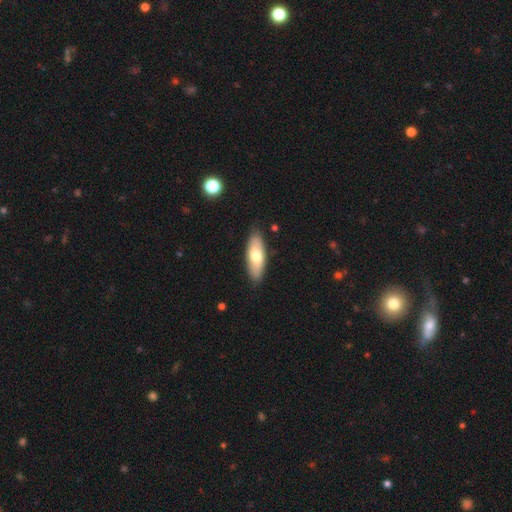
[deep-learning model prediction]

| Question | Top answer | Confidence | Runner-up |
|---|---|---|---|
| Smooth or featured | smooth | 67% | featured or disk (28%) |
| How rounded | in between | 72% | cigar-shaped (25%) |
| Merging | none | 86% | minor disturbance (11%) |